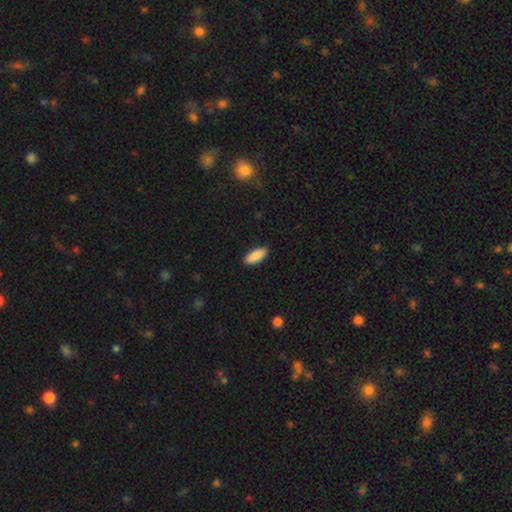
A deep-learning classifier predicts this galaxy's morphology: smooth-or-featured: smooth: 90% | star or artifact: 6% | featured or disk: 4%
  how-rounded: in between: 76% | cigar-shaped: 22% | round: 2%
  merging: none: 90% | minor disturbance: 7% | major disturbance: 2% | merger: 1%